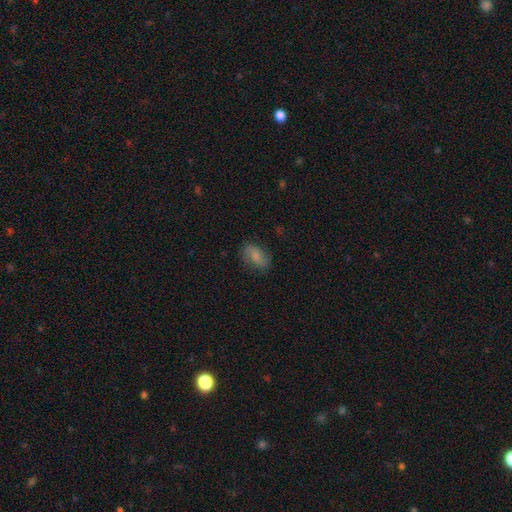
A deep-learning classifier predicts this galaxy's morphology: type=smooth (69%); roundness=in between (88%); merging=none (76%).